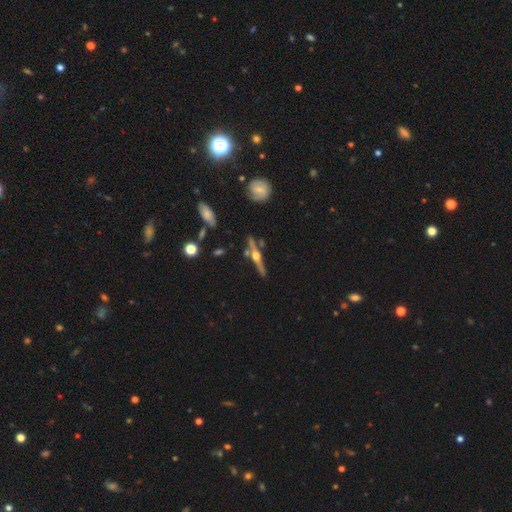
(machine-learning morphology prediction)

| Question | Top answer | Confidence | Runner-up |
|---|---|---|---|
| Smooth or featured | featured or disk | 82% | smooth (12%) |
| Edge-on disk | yes | 96% | no (4%) |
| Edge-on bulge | rounded | 95% | boxy (3%) |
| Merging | none | 76% | minor disturbance (13%) |